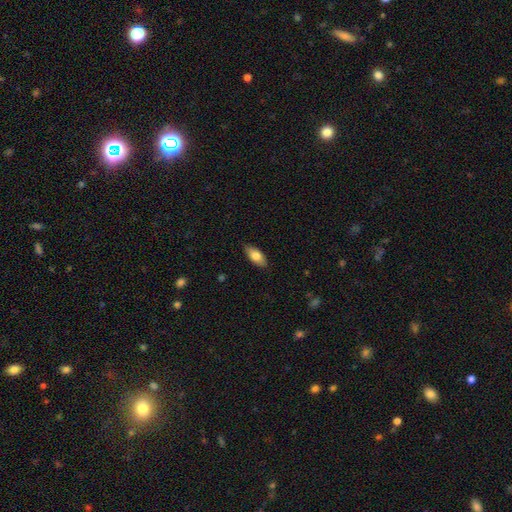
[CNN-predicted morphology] The model was most divided on "smooth or featured": smooth: 79%, featured or disk: 15%, star or artifact: 6%. More confident: how rounded — in between (87%); merging — none (86%).